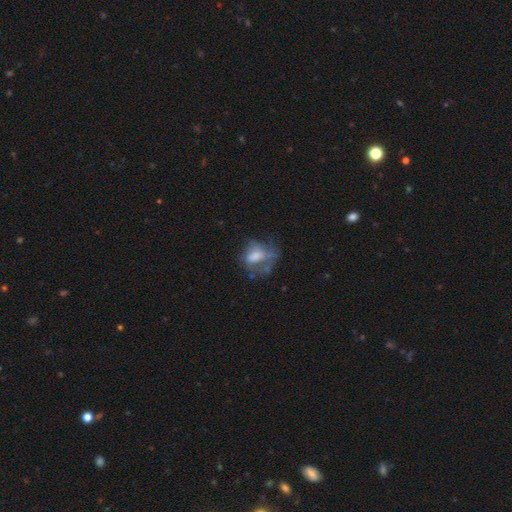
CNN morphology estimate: type=smooth (51%); roundness=in between (67%); merging=major disturbance (40%).